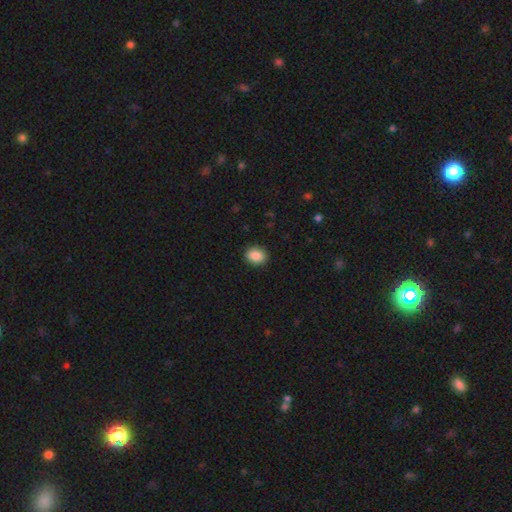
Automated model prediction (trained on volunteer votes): Overall: smooth (89%). How rounded: in between (57%; round 42%). Merging: none (90%).